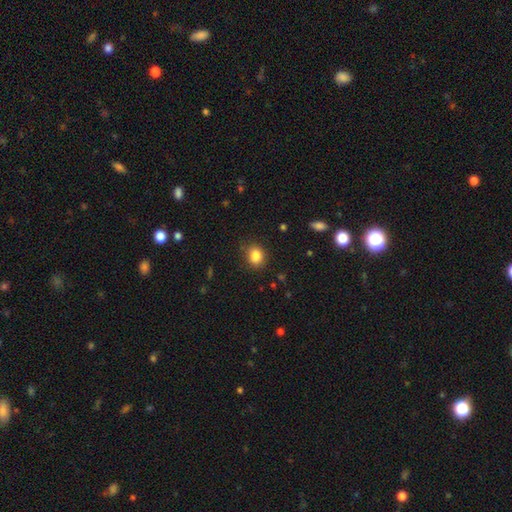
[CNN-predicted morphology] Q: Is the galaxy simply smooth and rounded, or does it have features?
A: smooth — 85%.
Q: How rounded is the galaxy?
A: round — 57%.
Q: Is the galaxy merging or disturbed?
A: none — 83%.